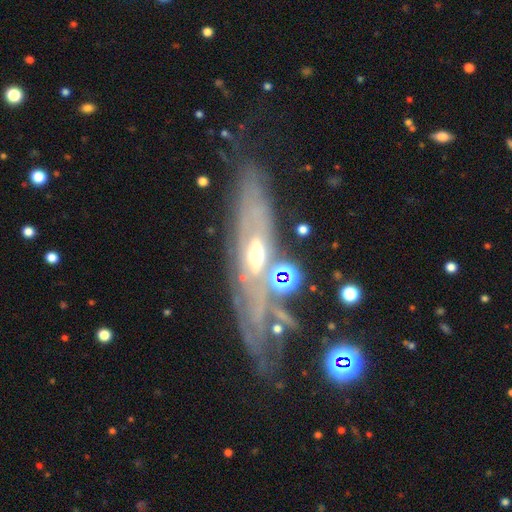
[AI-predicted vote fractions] Overall: featured or disk (75%). Edge-on disk: no (60%; yes 40%). Merging: none (64%).